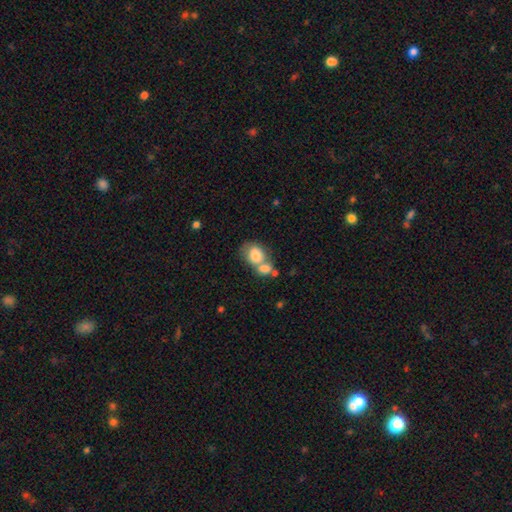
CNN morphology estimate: Smooth or featured: smooth — 77% (featured or disk — 15%)
How rounded: in between — 53% (round — 46%)
Merging: merger — 58% (none — 26%)